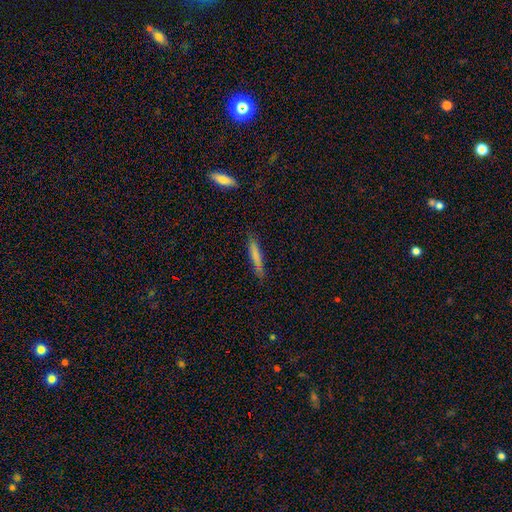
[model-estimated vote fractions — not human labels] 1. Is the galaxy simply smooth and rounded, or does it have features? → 74% smooth, 20% featured or disk, 6% star or artifact.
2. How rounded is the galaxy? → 93% cigar-shaped, 6% in between, 1% round.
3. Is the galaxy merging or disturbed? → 85% none, 11% minor disturbance, 2% major disturbance, 1% merger.